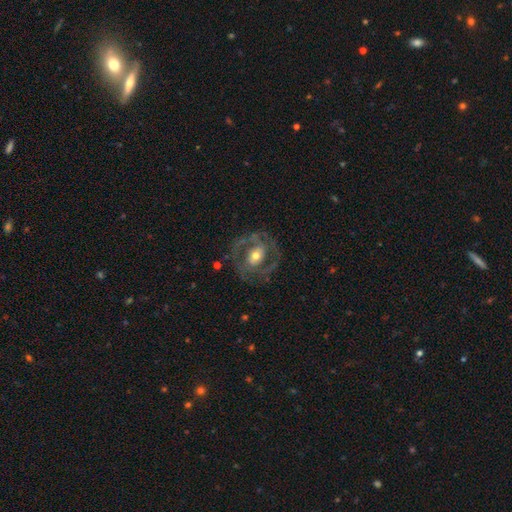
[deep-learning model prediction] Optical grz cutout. It shows a featured or disk galaxy (77%) with no bar (49%), 2 (72%) medium (48%) spiral arms (76%) and a moderate central bulge (66%). Merging: none (71%).